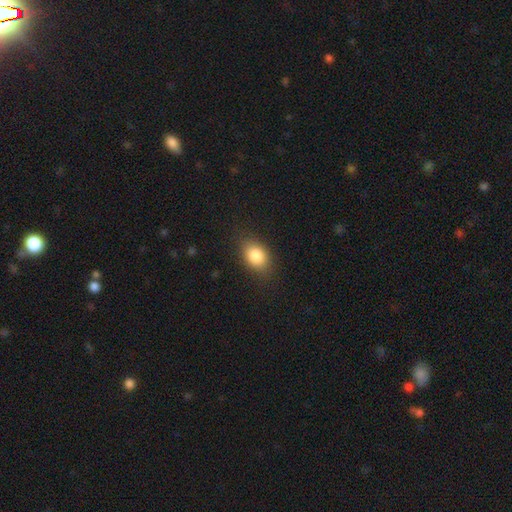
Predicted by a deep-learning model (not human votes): This appears to be a smooth galaxy with no disk features (85%) that is in between round and cigar-shaped (78%). Merging: none (83%).